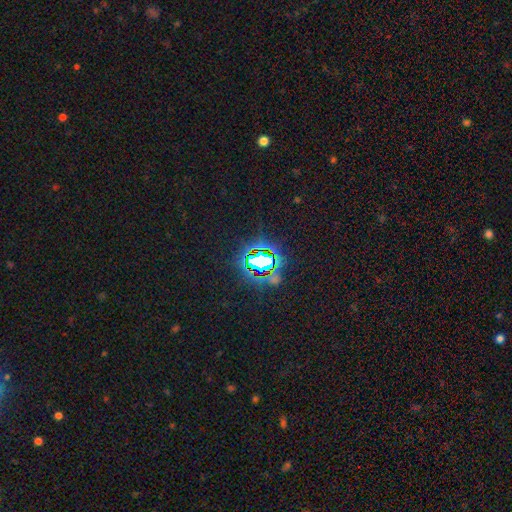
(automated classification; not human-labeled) This is likely a star or artifact rather than a galaxy (75%).